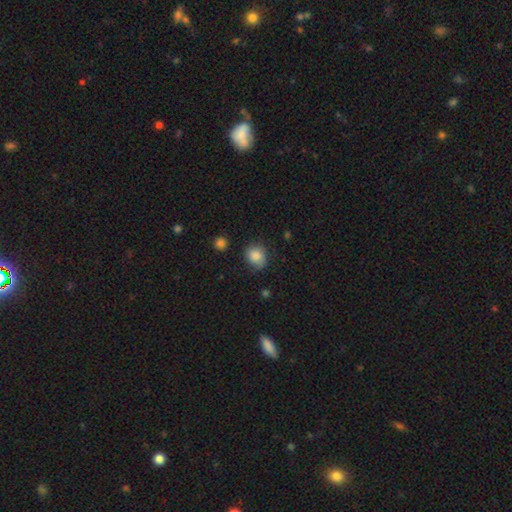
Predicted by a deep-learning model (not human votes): A smooth galaxy with no disk features (85%) that is round (68%).

Vote fractions:
- Smooth or featured? smooth: 85% / star or artifact: 9% / featured or disk: 6%
- How rounded? round: 68% / in between: 31% / cigar-shaped: 1%
- Merging? none: 74% / minor disturbance: 19% / major disturbance: 4% / merger: 2%